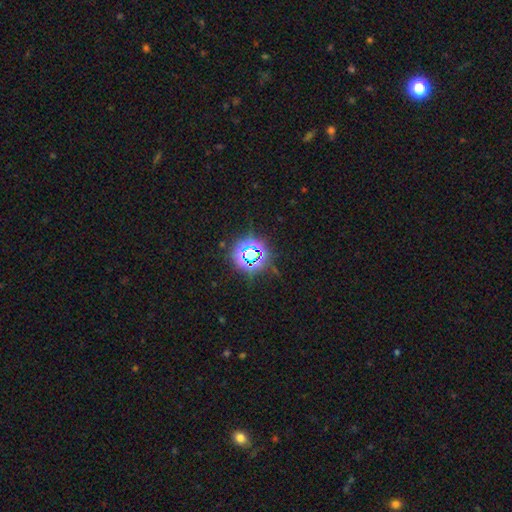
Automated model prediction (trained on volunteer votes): A star or artifact, not a galaxy (75%).

Vote fractions:
- Smooth or featured? star or artifact: 75% / smooth: 16% / featured or disk: 9%